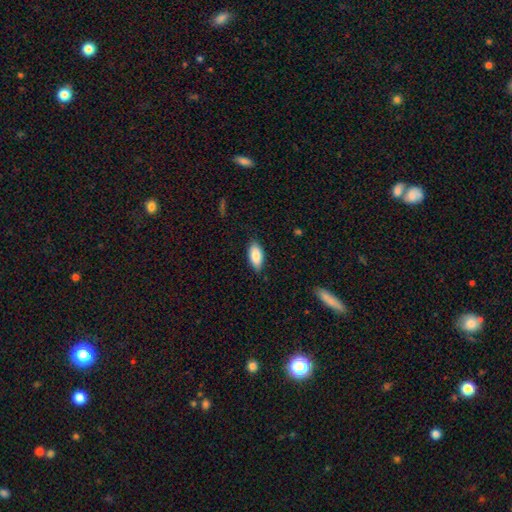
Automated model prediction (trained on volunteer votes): Overall: smooth (85%). How rounded: in between (91%). Merging: none (84%).